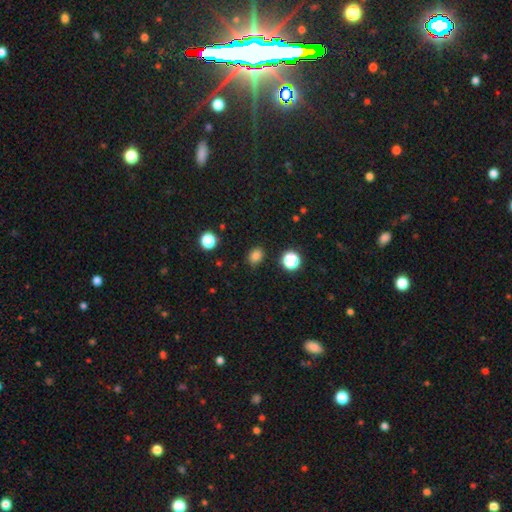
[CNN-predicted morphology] Q: Smooth or featured?
A: smooth (81%); runner-up: star or artifact (15%)
Q: How rounded?
A: in between (51%); runner-up: round (48%)
Q: Merging?
A: none (85%); runner-up: minor disturbance (10%)